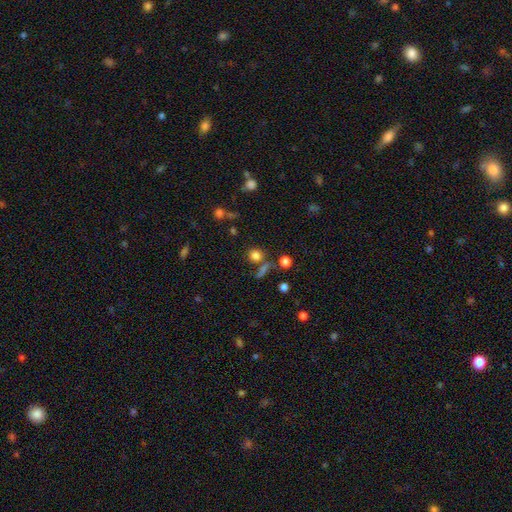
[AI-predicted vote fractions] Overall: smooth (77%). How rounded: round (83%). Merging: none (69%).